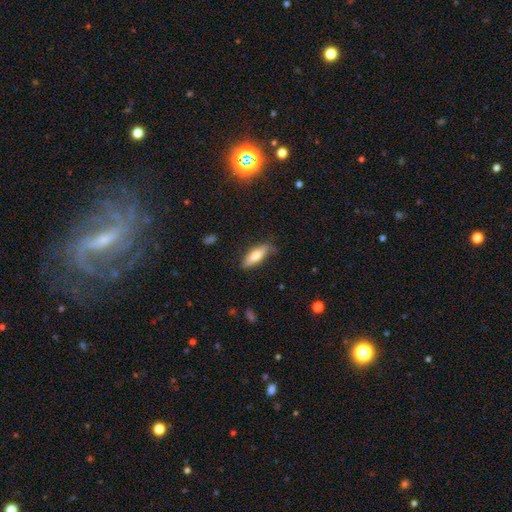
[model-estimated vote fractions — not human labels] A smooth galaxy with no disk features (71%) that is in between round and cigar-shaped (58%). Merging: none (79%).